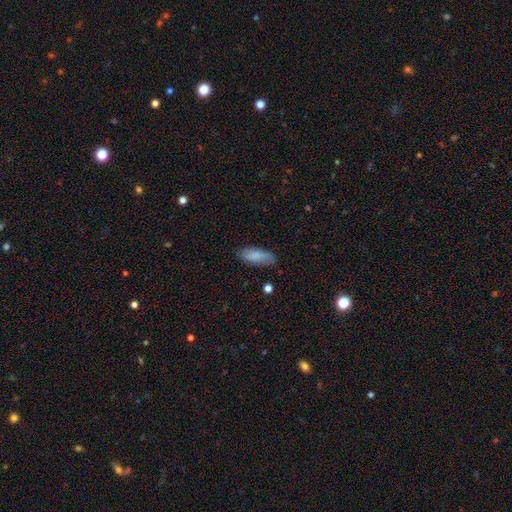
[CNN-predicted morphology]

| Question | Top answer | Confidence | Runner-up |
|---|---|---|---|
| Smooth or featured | smooth | 83% | featured or disk (10%) |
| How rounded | in between | 76% | cigar-shaped (22%) |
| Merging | none | 78% | minor disturbance (17%) |